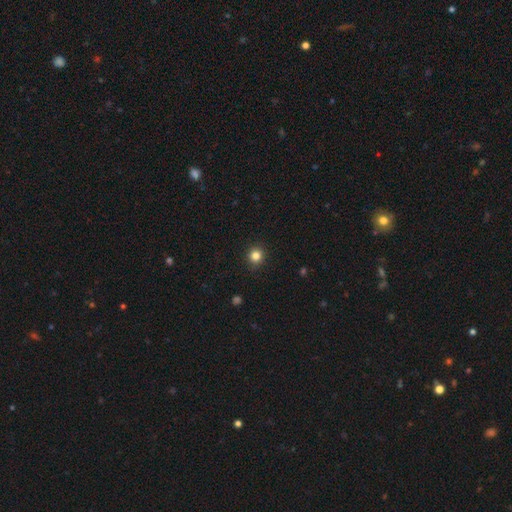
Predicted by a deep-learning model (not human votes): Smooth or featured? smooth (83%)
How rounded? round (93%)
Merging? none (91%)